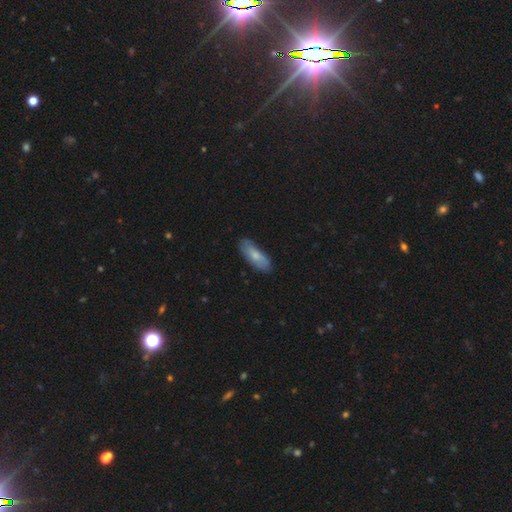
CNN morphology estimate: A smooth galaxy with no disk features (72%) that is in between round and cigar-shaped (66%). Merging: none (79%).